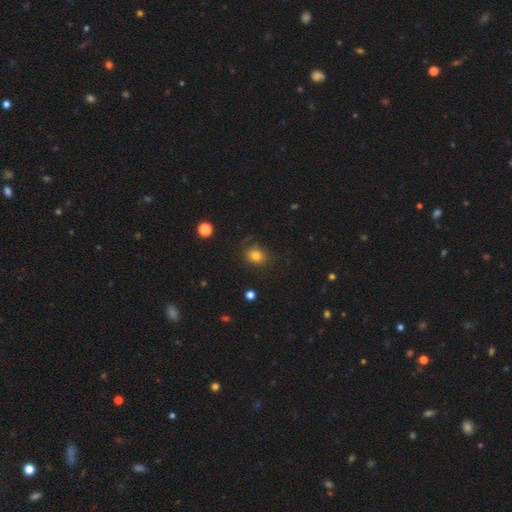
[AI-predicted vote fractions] This appears to be a smooth galaxy with no disk features (78%) that is round (75%). Merging: none (76%).